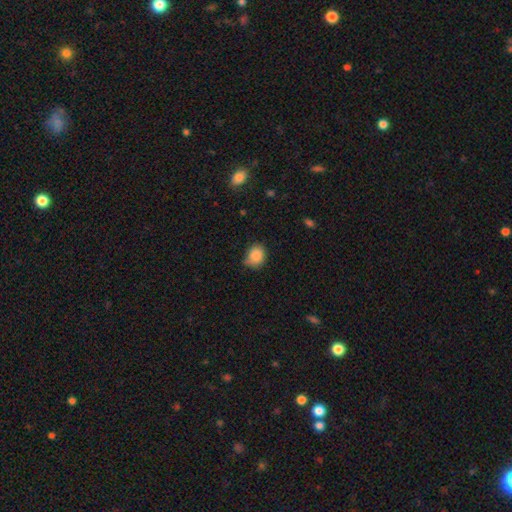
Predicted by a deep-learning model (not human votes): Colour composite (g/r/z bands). It shows a smooth galaxy with no disk features (86%) that is round (56%). Merging: none (60%).